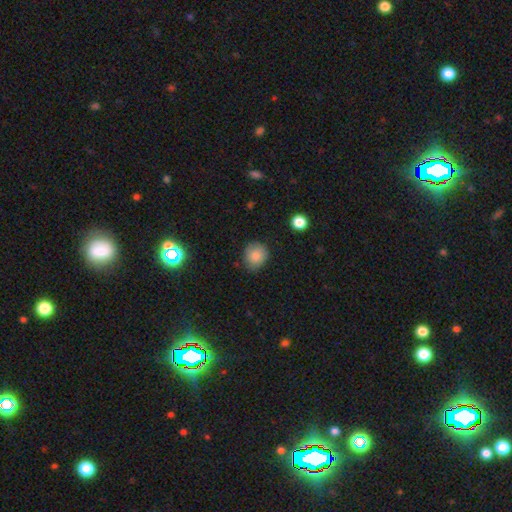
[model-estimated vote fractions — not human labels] A smooth galaxy with no disk features (85%) that is round (80%). Merging: none (79%).